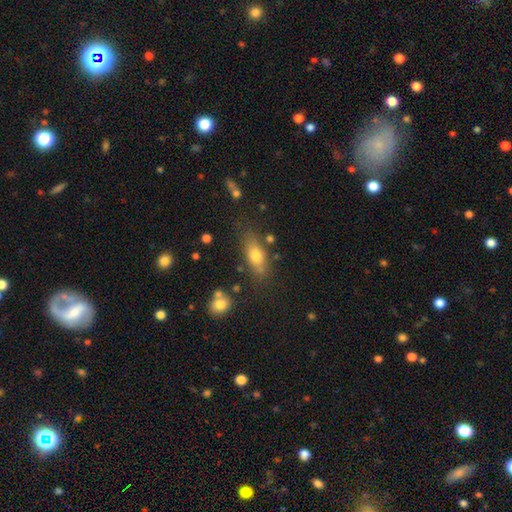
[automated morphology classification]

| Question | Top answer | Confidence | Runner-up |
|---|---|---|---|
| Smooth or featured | smooth | 71% | featured or disk (19%) |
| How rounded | in between | 73% | cigar-shaped (20%) |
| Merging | none | 69% | minor disturbance (18%) |